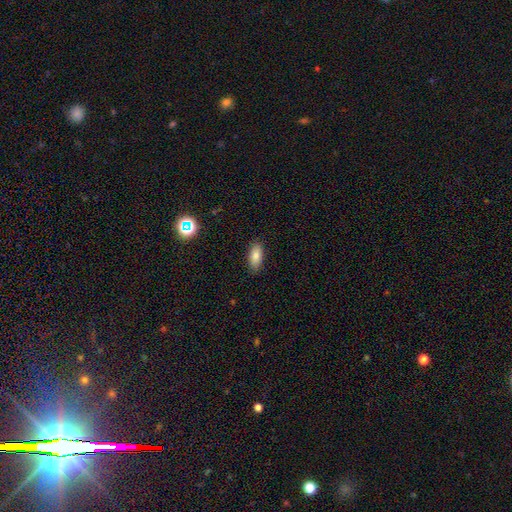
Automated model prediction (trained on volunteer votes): smooth 82%, featured or disk 10%, star or artifact 9%. Down the decision tree: how rounded — in between (85%); merging — none (87%).